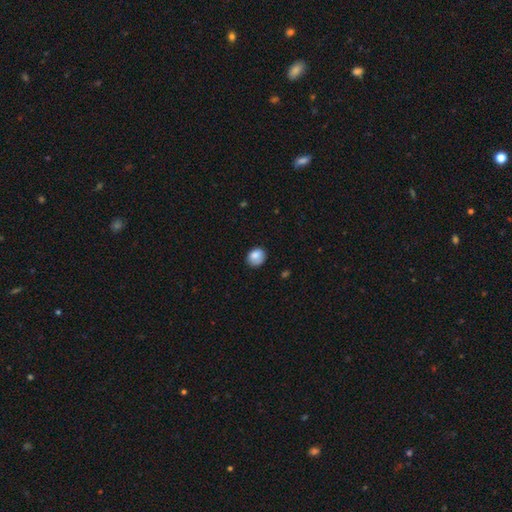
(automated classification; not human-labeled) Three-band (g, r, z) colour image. It shows a smooth galaxy with no disk features (83%) that is round (59%). Merging: none (72%).